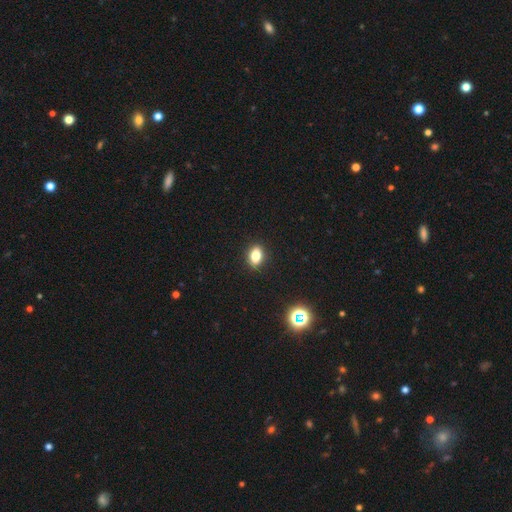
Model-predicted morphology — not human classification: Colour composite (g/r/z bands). It shows a smooth galaxy with no disk features (78%) that is in between round and cigar-shaped (79%). Merging: none (90%).